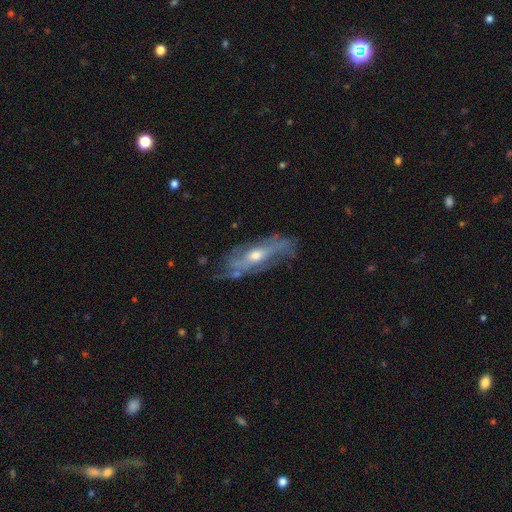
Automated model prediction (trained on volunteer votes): Overall: featured or disk (75%). Edge-on disk: no (71%). Bar: no (61%; weak 27%). Spiral arms: yes (71%). Bulge size: moderate (66%; small 28%). Merging: none (58%; minor disturbance 26%).